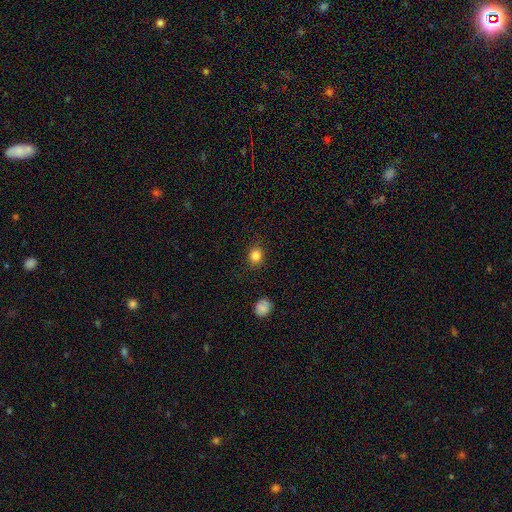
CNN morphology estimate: Smooth or featured? smooth (84%)
How rounded? round (77%)
Merging? none (85%)